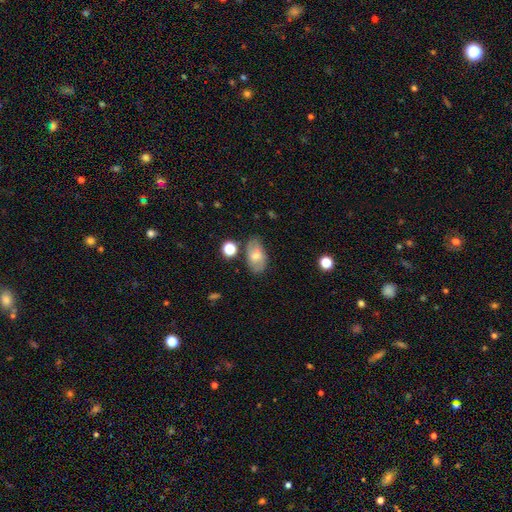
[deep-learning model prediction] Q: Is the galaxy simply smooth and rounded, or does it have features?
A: smooth — 52%.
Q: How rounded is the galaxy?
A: in between — 88%.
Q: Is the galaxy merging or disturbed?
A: none — 74%.